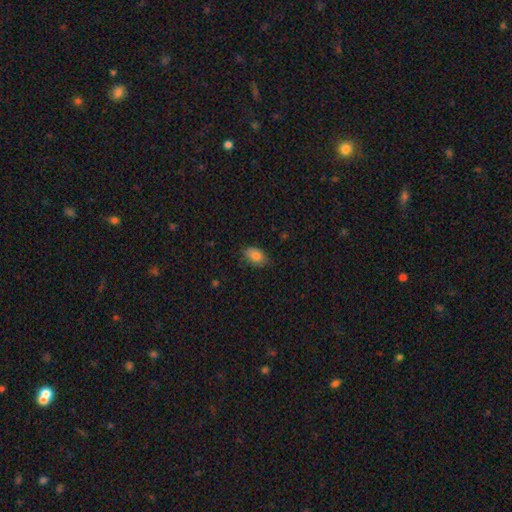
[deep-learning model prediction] Smooth or featured? smooth (83%)
How rounded? in between (89%)
Merging? none (74%)